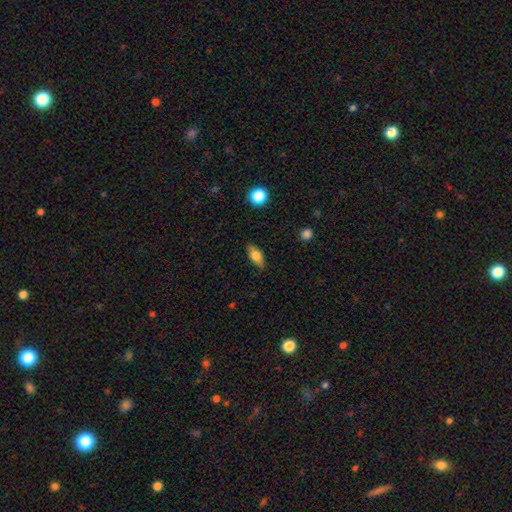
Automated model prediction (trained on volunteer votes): Q: Smooth or featured?
A: smooth (73%); runner-up: featured or disk (19%)
Q: How rounded?
A: in between (83%); runner-up: cigar-shaped (13%)
Q: Merging?
A: none (82%); runner-up: minor disturbance (14%)